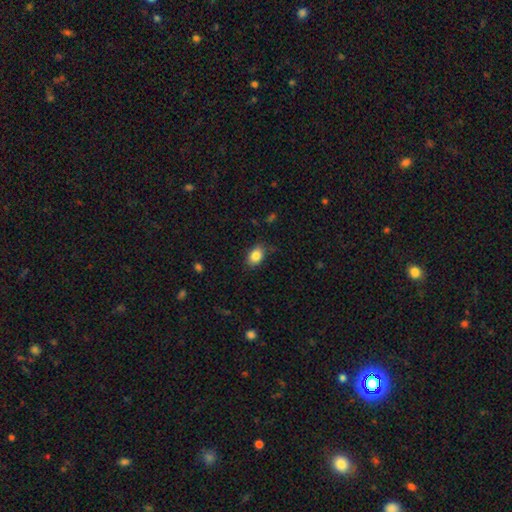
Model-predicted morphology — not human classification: Overall: smooth (85%). How rounded: in between (83%). Merging: none (81%).